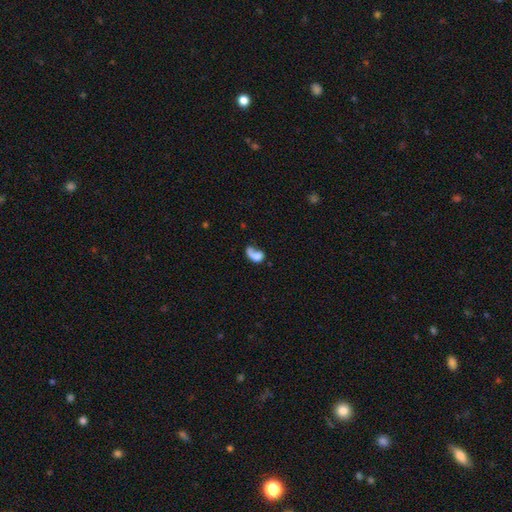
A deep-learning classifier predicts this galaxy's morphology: Overall: smooth (58%; featured or disk 32%). How rounded: in between (77%). Merging: major disturbance (36%; none 25%).